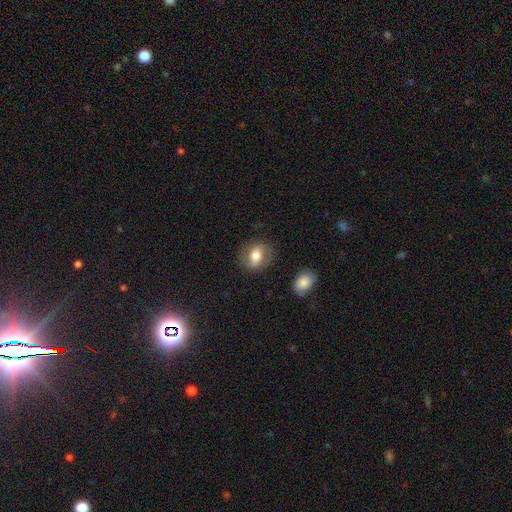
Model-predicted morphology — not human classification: Overall: smooth (57%; featured or disk 35%). How rounded: round (53%; in between 45%). Merging: none (78%).